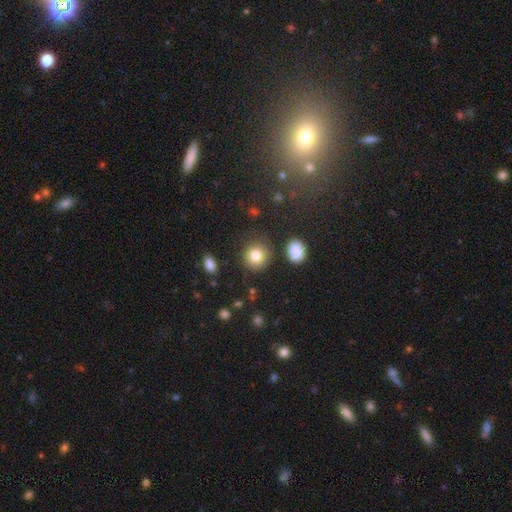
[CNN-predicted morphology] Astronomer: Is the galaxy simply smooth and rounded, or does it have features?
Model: smooth — 82%.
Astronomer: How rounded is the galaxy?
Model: round — 88%.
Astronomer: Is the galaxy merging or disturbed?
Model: none — 85%.